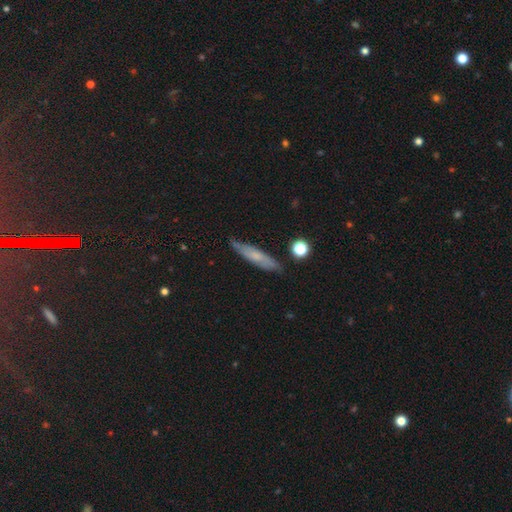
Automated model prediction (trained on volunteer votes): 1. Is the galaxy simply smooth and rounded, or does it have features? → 48% smooth, 44% featured or disk, 8% star or artifact.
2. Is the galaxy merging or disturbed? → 82% none, 13% minor disturbance, 2% major disturbance, 2% merger.